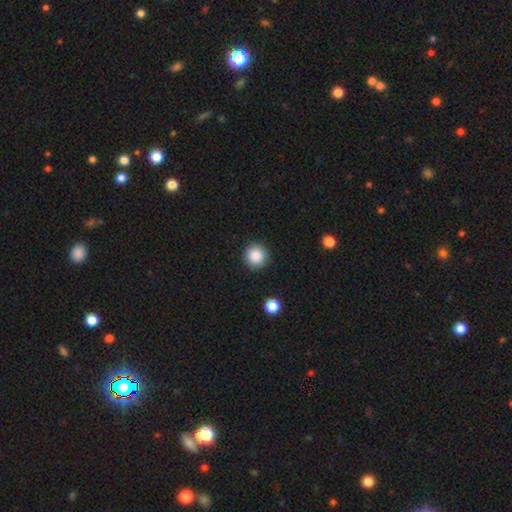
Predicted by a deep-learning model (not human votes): This is clearly a smooth galaxy (87%). How rounded: clearly round (95%). Merging: clearly none (91%).